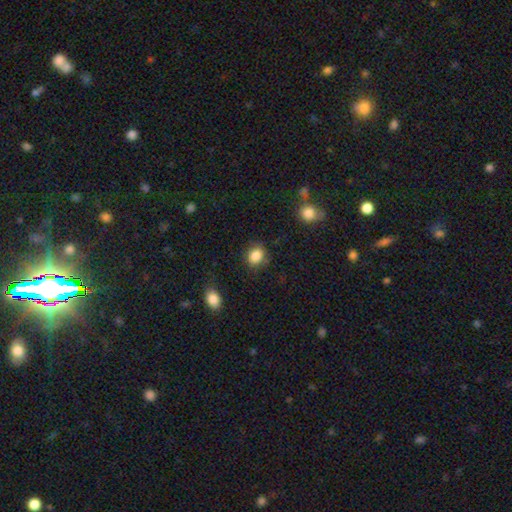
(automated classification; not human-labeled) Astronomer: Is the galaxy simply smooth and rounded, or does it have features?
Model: smooth — 86%.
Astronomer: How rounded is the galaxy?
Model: in between — 53% (runner-up: round, 46%).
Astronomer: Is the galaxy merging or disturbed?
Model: none — 77%.